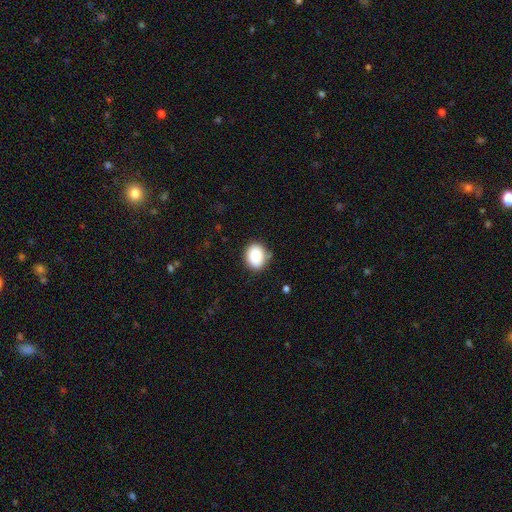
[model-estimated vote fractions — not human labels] This is clearly a smooth galaxy (85%). How rounded: possibly round (53%). Merging: likely none (79%).